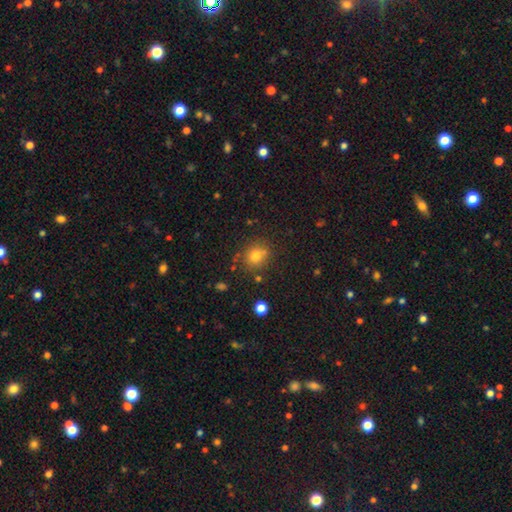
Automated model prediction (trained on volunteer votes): Morphology: type=smooth (77%); roundness=round (79%); merging=none (74%).